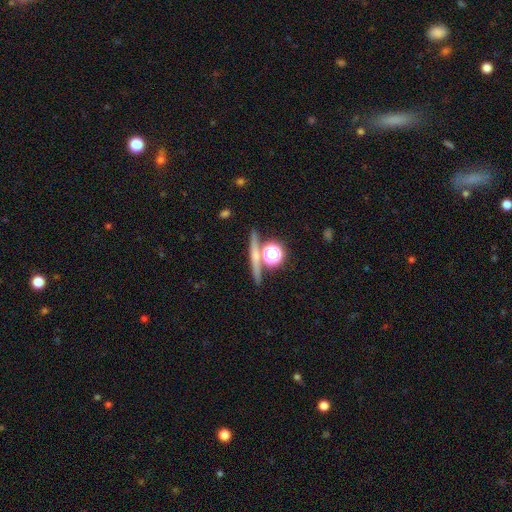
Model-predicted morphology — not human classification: Smooth or featured? star or artifact (52%)